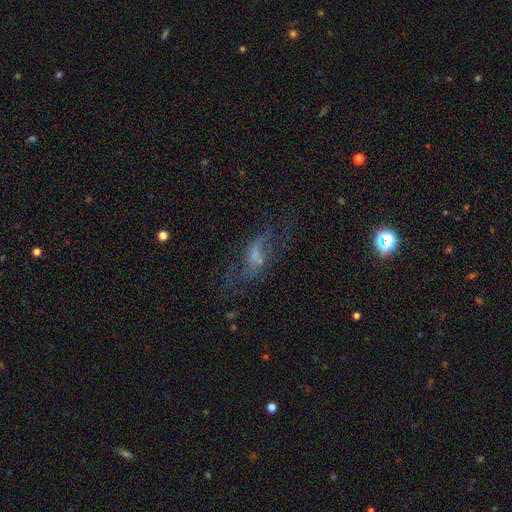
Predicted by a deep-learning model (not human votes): Smooth or featured? featured or disk (57%)
Edge-on disk? no (89%)
Bar? no (45%)
Spiral arms? yes (52%)
Bulge size? none (49%)
Merging? none (40%)